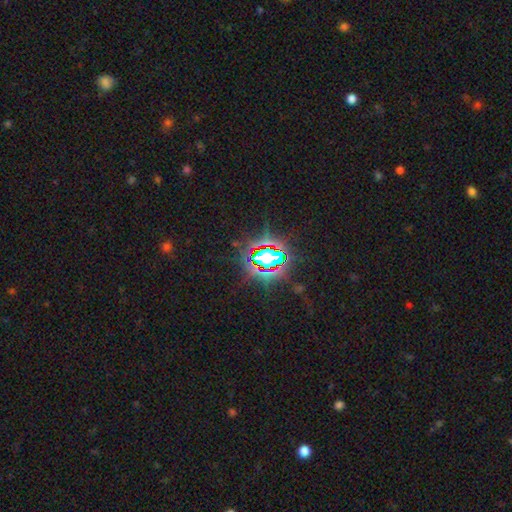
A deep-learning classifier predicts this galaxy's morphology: This is likely a star or artifact rather than a galaxy (80%).